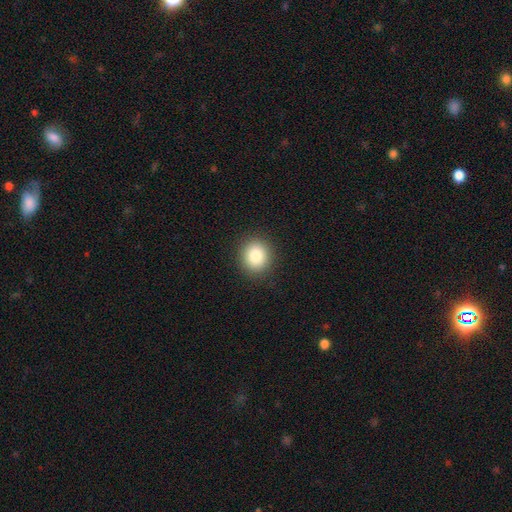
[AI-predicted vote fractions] Smooth or featured: smooth — 83% (star or artifact — 10%)
How rounded: round — 80% (in between — 20%)
Merging: none — 91% (minor disturbance — 6%)